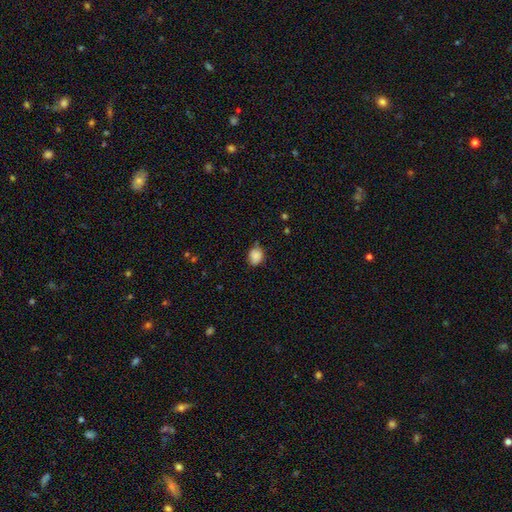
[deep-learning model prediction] Smooth or featured? smooth (85%)
How rounded? in between (50%)
Merging? none (65%)